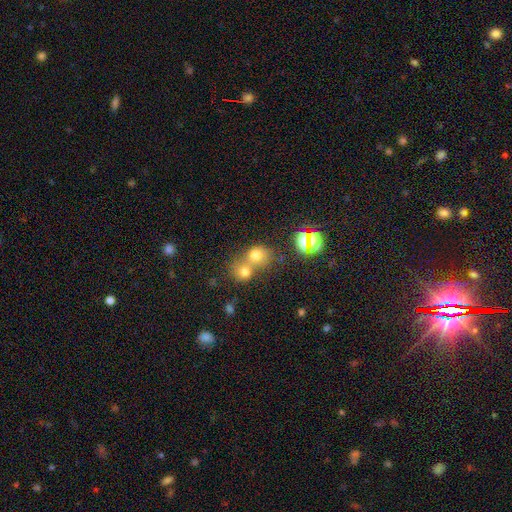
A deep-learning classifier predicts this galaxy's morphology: The model was most divided on "merging": merger: 56%, none: 35%, minor disturbance: 6%, major disturbance: 3%. More confident: how rounded — round (73%); smooth or featured — smooth (68%).